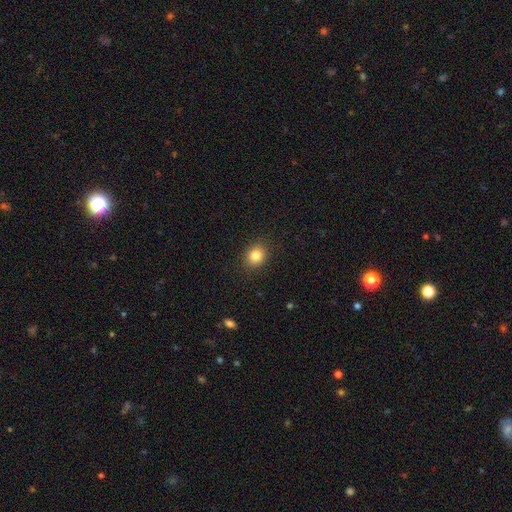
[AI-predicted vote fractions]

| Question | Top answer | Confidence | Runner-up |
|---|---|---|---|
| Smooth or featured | smooth | 84% | star or artifact (10%) |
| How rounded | round | 58% | in between (42%) |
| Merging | none | 89% | minor disturbance (8%) |